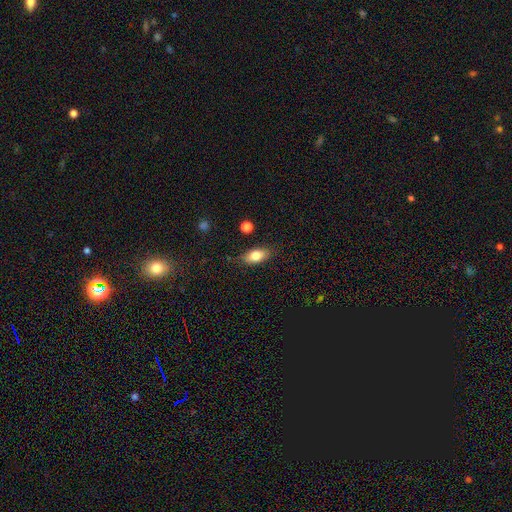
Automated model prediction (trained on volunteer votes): Smooth or featured: smooth — 78% (featured or disk — 14%)
How rounded: in between — 84% (round — 8%)
Merging: none — 80% (minor disturbance — 15%)